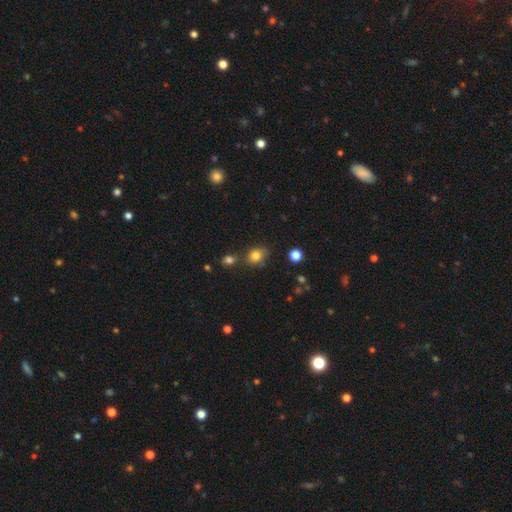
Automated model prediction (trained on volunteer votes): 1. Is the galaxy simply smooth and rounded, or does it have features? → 81% smooth, 12% star or artifact, 7% featured or disk.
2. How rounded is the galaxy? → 51% round, 48% in between, 1% cigar-shaped.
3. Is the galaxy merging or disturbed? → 68% none, 17% minor disturbance, 11% merger, 4% major disturbance.